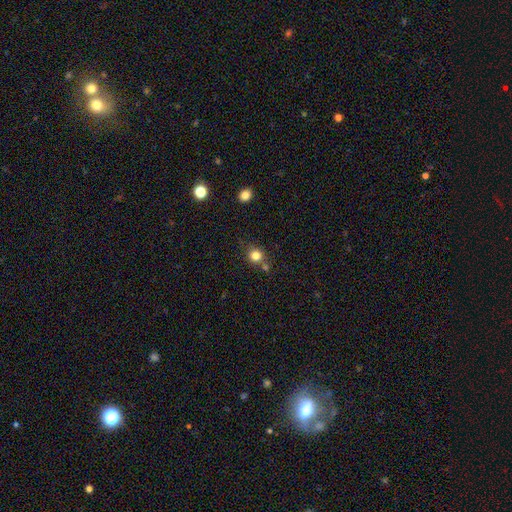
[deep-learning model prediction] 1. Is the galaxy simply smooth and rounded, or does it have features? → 81% smooth, 13% star or artifact, 6% featured or disk.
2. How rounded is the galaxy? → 87% round, 12% in between, 1% cigar-shaped.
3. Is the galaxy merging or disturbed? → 72% none, 14% merger, 11% minor disturbance, 3% major disturbance.